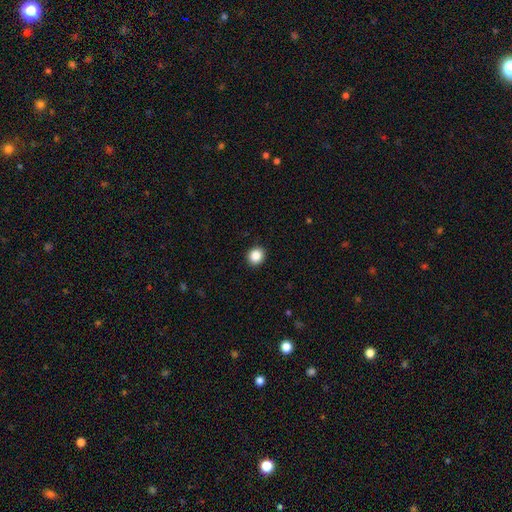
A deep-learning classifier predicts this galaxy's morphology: A smooth galaxy with no disk features (87%) that is round (84%).

Vote fractions:
- Smooth or featured? smooth: 87% / star or artifact: 10% / featured or disk: 4%
- How rounded? round: 84% / in between: 15% / cigar-shaped: 1%
- Merging? none: 93% / minor disturbance: 5% / major disturbance: 2% / merger: 1%